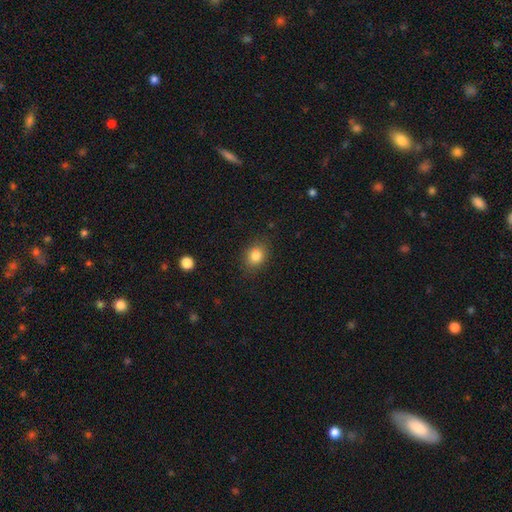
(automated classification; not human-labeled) smooth_or_featured: smooth (p=0.83) [alt: star or artifact p=0.10]
how_rounded: in between (p=0.52) [alt: round p=0.47]
merging: none (p=0.84) [alt: minor disturbance p=0.11]